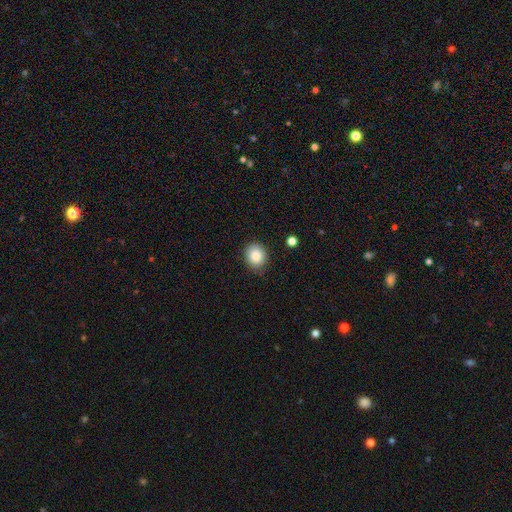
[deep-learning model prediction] smooth_or_featured: smooth (p=0.84) [alt: star or artifact p=0.09]
how_rounded: round (p=0.68) [alt: in between p=0.31]
merging: none (p=0.82) [alt: minor disturbance p=0.14]